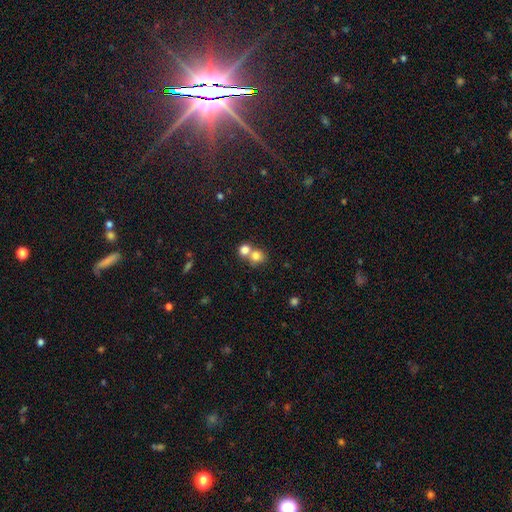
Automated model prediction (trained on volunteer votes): Smooth or featured? Predicted: smooth (p=0.78). How rounded? Predicted: round (p=0.76). Merging? Predicted: merger (p=0.58).